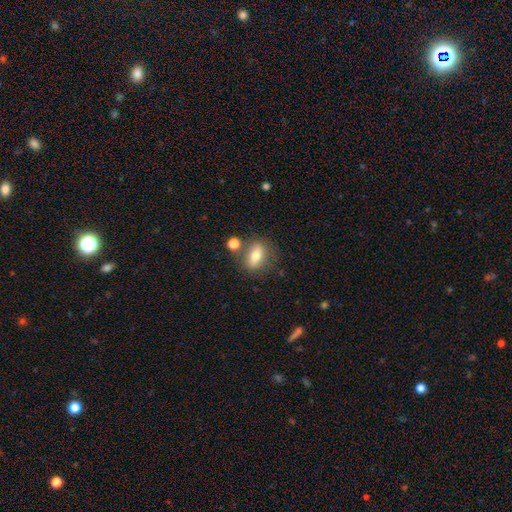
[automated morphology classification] smooth 69%, featured or disk 22%, star or artifact 9%. Down the decision tree: how rounded — in between (70%); merging — none (72%).